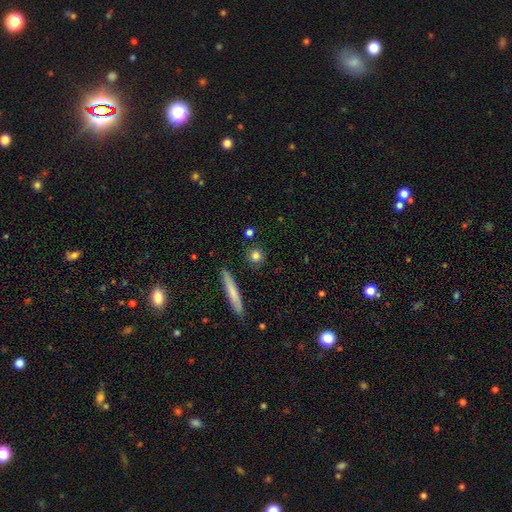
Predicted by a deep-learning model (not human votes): smooth 80%, featured or disk 11%, star or artifact 9%. Down the decision tree: how rounded — round (78%); merging — none (86%).